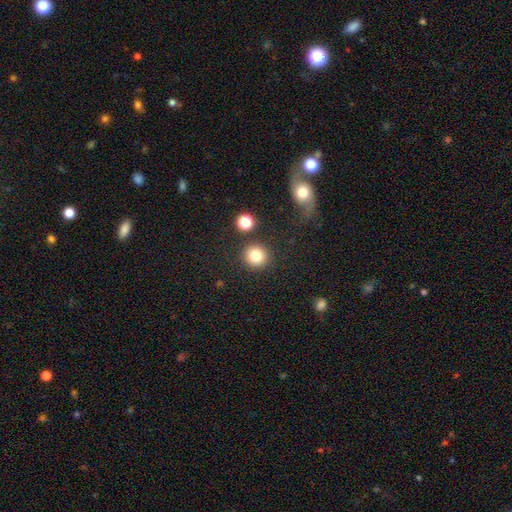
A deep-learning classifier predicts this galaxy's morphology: smooth_or_featured: smooth (p=0.82) [alt: star or artifact p=0.11]
how_rounded: round (p=0.92) [alt: in between p=0.07]
merging: none (p=0.86) [alt: minor disturbance p=0.07]